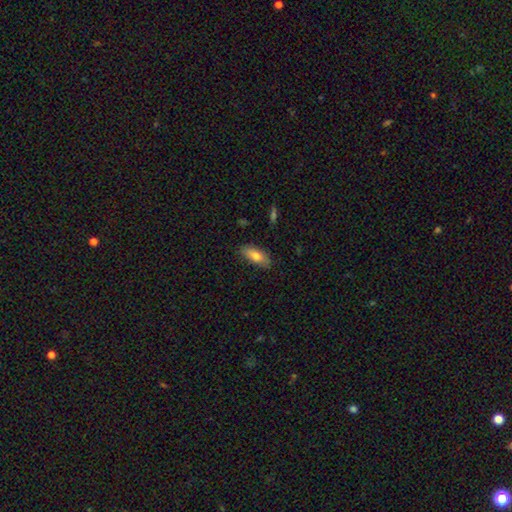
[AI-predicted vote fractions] A smooth galaxy with no disk features (77%) that is in between round and cigar-shaped (79%).

Vote fractions:
- Smooth or featured? smooth: 77% / featured or disk: 17% / star or artifact: 7%
- How rounded? in between: 79% / cigar-shaped: 19% / round: 2%
- Merging? none: 83% / minor disturbance: 14% / major disturbance: 2% / merger: 1%